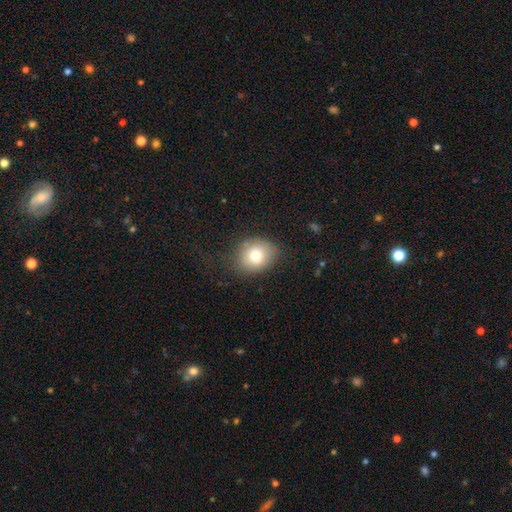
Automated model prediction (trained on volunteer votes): Overall: smooth (76%). How rounded: round (60%; in between 39%). Merging: none (77%).